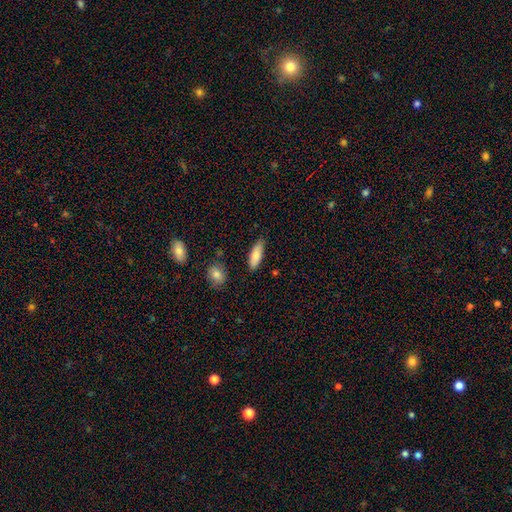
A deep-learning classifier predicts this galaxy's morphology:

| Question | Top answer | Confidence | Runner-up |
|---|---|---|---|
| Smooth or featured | smooth | 80% | featured or disk (14%) |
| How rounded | in between | 63% | cigar-shaped (35%) |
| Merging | none | 81% | minor disturbance (14%) |